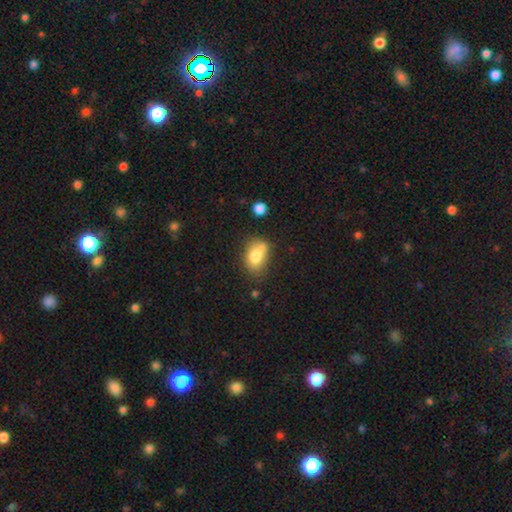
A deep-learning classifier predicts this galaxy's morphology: This appears to be a smooth galaxy with no disk features (76%) that is in between round and cigar-shaped (75%). Merging: none (41%).